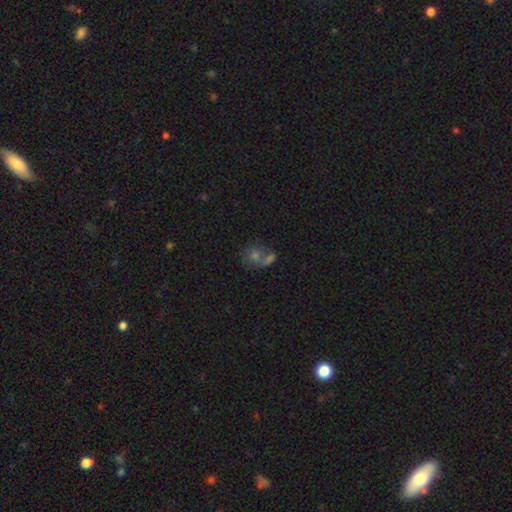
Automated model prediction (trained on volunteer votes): A smooth galaxy with no disk features (52%) that is round (66%). Merging: merger (43%).